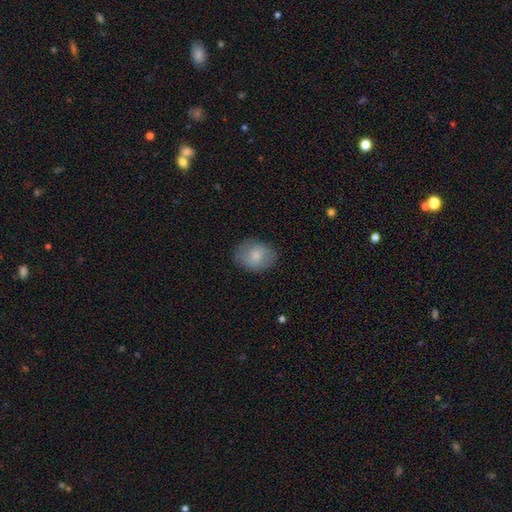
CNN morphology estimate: smooth_or_featured: smooth (p=0.75) [alt: featured or disk p=0.18]
how_rounded: in between (p=0.62) [alt: round p=0.37]
merging: none (p=0.81) [alt: minor disturbance p=0.14]